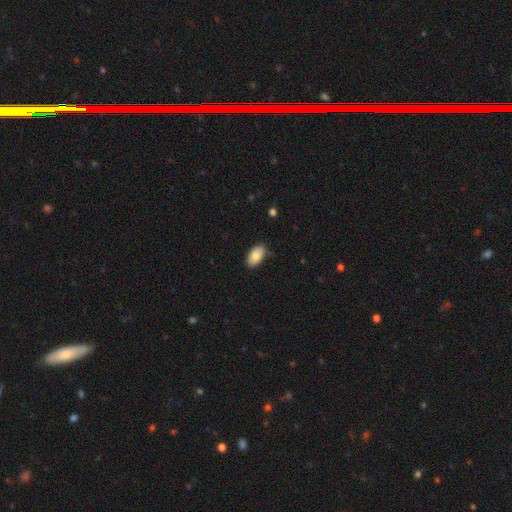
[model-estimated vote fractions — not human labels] Smooth or featured: smooth — 81% (featured or disk — 12%)
How rounded: in between — 94% (round — 4%)
Merging: none — 82% (minor disturbance — 15%)